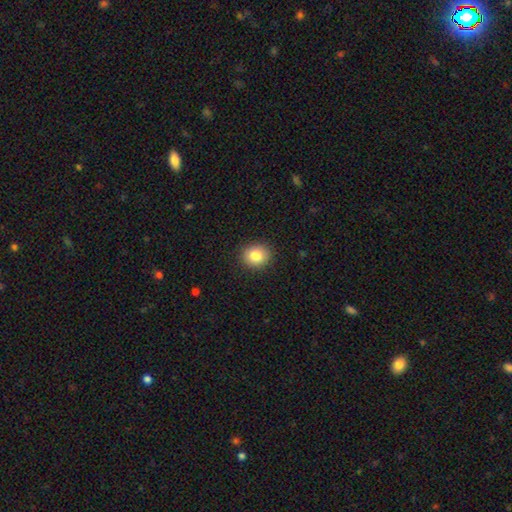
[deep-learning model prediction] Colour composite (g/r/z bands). It shows a smooth galaxy with no disk features (84%) that is round (77%). Merging: none (90%).